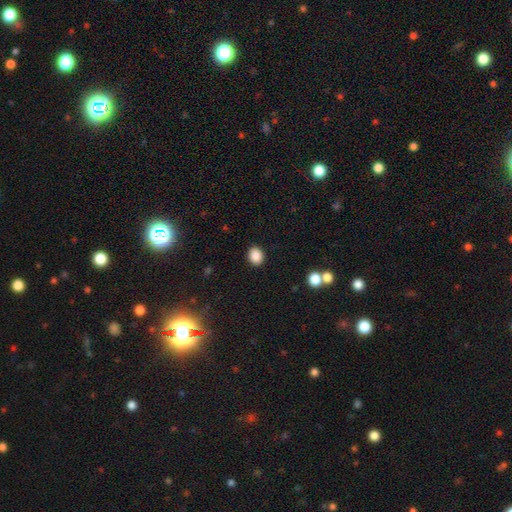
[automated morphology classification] The model was most divided on "how rounded": round: 54%, in between: 45%, cigar-shaped: 1%. More confident: merging — none (89%); smooth or featured — smooth (88%).